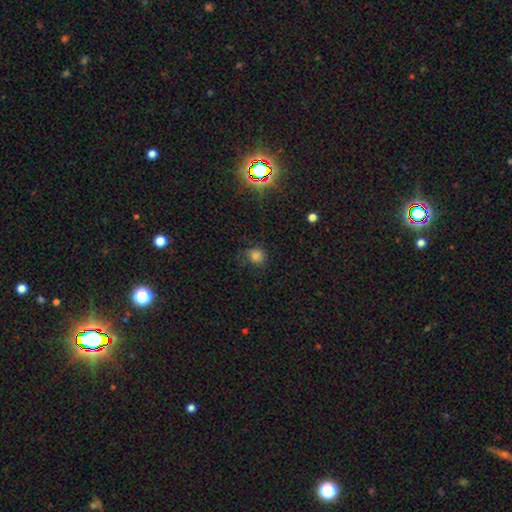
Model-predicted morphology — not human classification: smooth_or_featured: smooth (p=0.72) [alt: star or artifact p=0.20]
how_rounded: round (p=0.80) [alt: in between p=0.19]
merging: none (p=0.66) [alt: minor disturbance p=0.20]